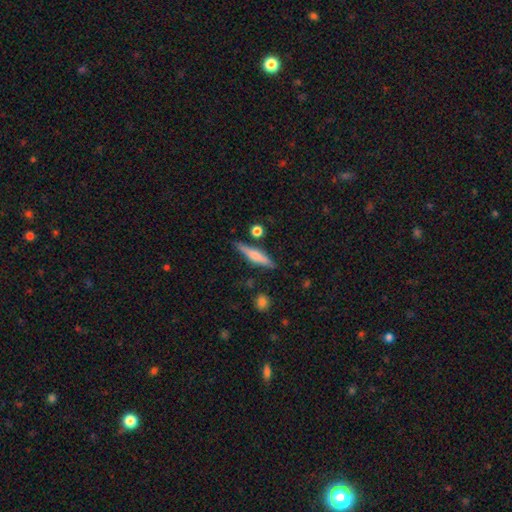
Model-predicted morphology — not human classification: Smooth or featured?
  - smooth: 52% *
  - featured or disk: 41%
  - star or artifact: 7%
How rounded?
  - cigar-shaped: 86% *
  - in between: 12%
  - round: 2%
Merging?
  - none: 81% *
  - minor disturbance: 12%
  - merger: 4%
  - major disturbance: 3%